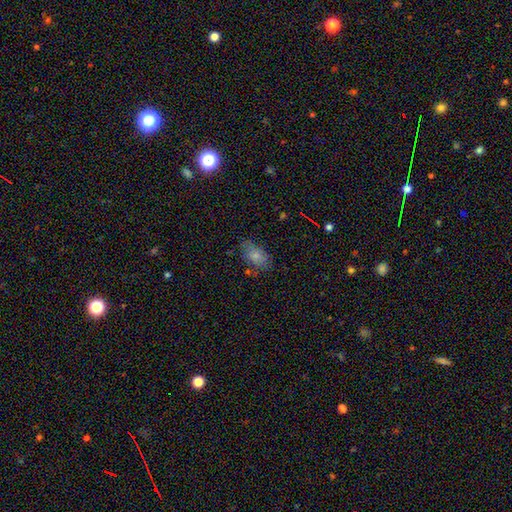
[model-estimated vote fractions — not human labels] The model was most divided on "merging": none: 69%, minor disturbance: 22%, major disturbance: 7%, merger: 3%. More confident: how rounded — in between (90%); smooth or featured — smooth (77%).